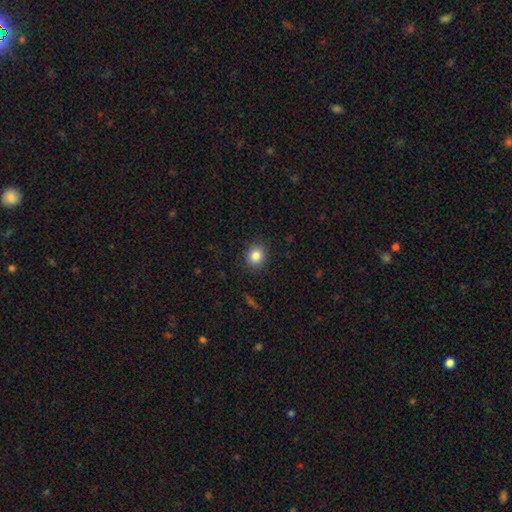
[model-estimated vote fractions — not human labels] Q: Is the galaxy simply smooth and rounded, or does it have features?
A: smooth — 85%.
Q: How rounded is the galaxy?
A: round — 78%.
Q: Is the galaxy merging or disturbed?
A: none — 89%.